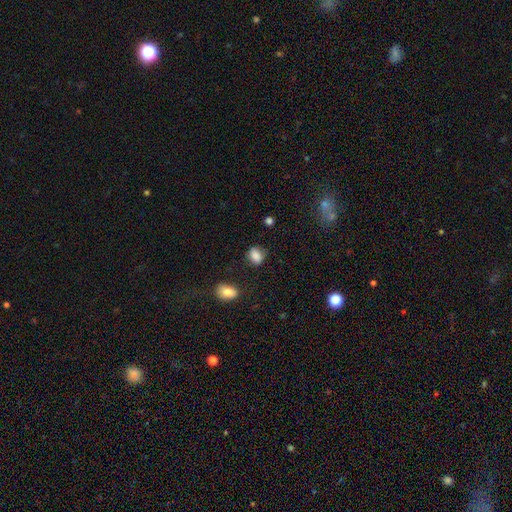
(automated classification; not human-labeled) A smooth galaxy with no disk features (85%) that is in between round and cigar-shaped (58%). Merging: none (65%).